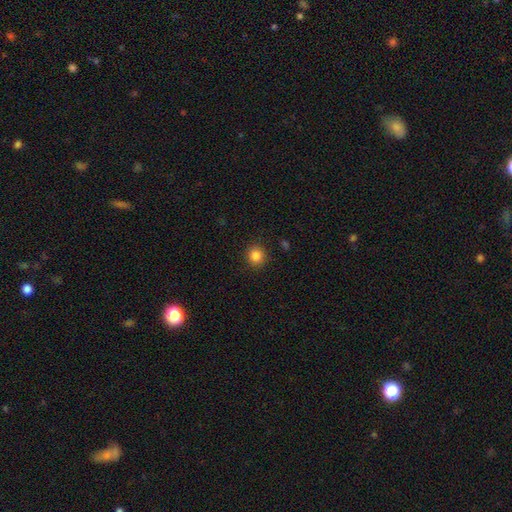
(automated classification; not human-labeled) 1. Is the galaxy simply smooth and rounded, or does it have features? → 85% smooth, 11% star or artifact, 4% featured or disk.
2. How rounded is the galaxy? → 85% round, 14% in between, 1% cigar-shaped.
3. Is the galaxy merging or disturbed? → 90% none, 7% minor disturbance, 2% major disturbance, 1% merger.